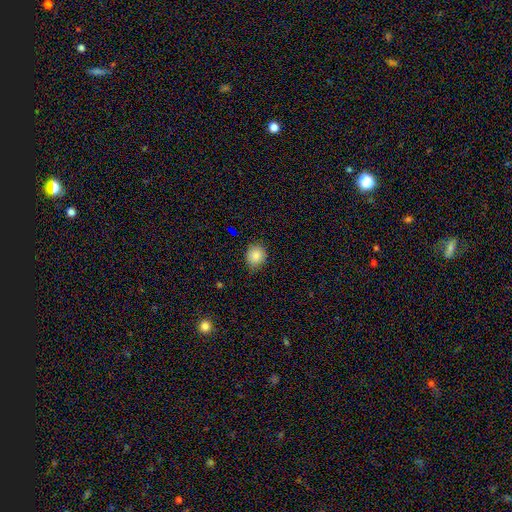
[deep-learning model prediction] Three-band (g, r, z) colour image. It shows a smooth galaxy with no disk features (86%) that is round (71%). Merging: none (80%).